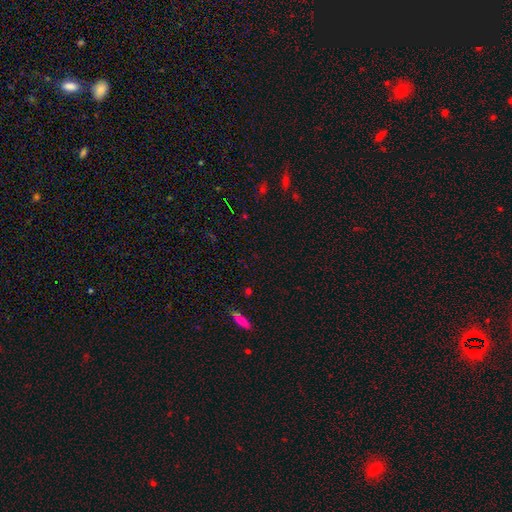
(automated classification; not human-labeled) This appears to be a star or artifact, not a galaxy (64%).